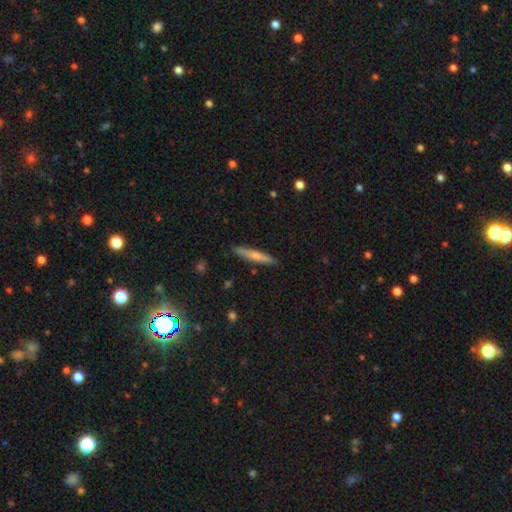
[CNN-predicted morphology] smooth_or_featured: smooth (p=0.69) [alt: featured or disk p=0.26]
how_rounded: cigar-shaped (p=0.92) [alt: in between p=0.06]
merging: none (p=0.87) [alt: minor disturbance p=0.09]